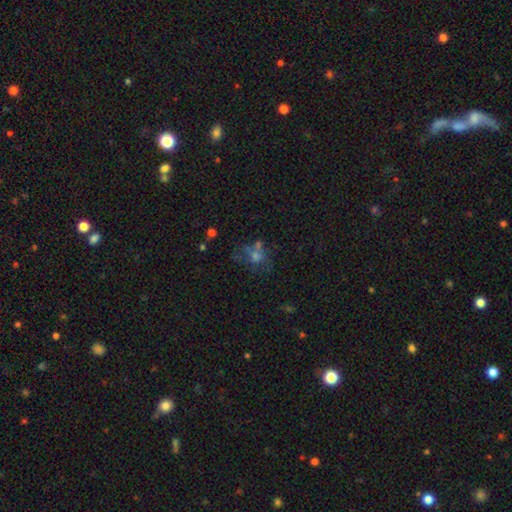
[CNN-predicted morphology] A smooth galaxy with no disk features (42%). Merging: none (44%).